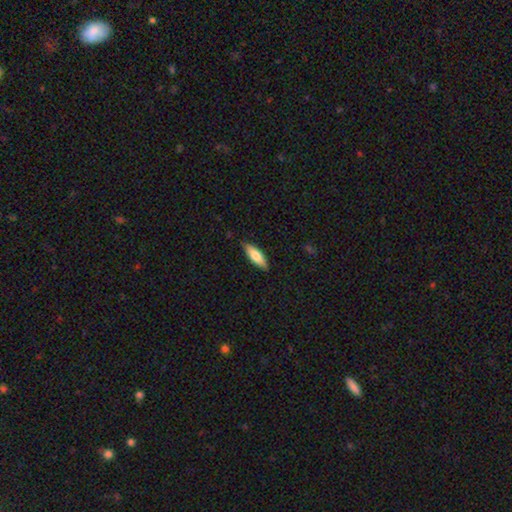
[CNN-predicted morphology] type=smooth (73%); roundness=in between (55%); merging=none (85%).